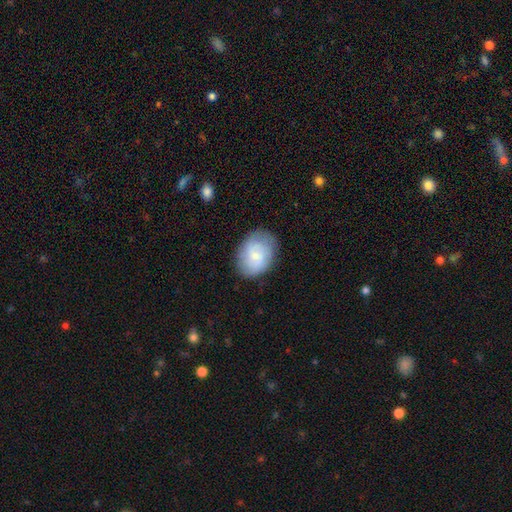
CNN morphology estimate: Smooth or featured?
  - smooth: 61% *
  - featured or disk: 32%
  - star or artifact: 7%
How rounded?
  - in between: 63% *
  - round: 36%
  - cigar-shaped: 1%
Merging?
  - none: 78% *
  - minor disturbance: 16%
  - major disturbance: 5%
  - merger: 1%